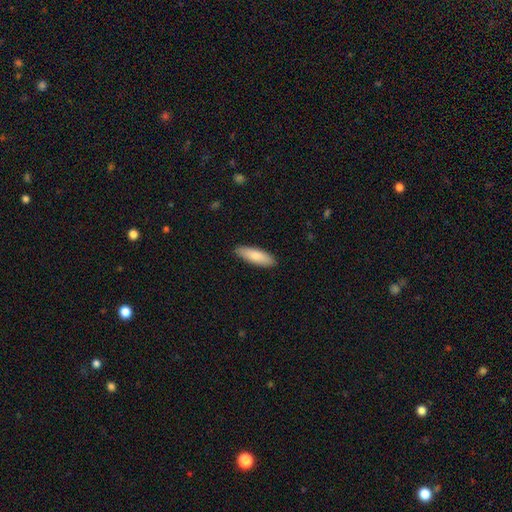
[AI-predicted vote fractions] Smooth or featured? smooth (81%)
How rounded? in between (50%)
Merging? none (89%)